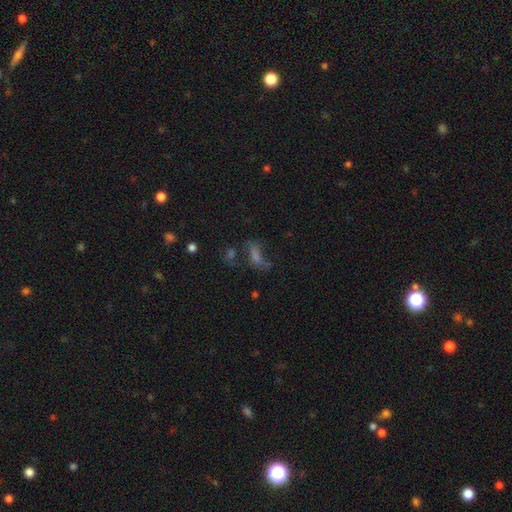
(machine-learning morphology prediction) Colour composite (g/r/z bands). It shows a smooth galaxy with no disk features (39%). Merging: none (45%).